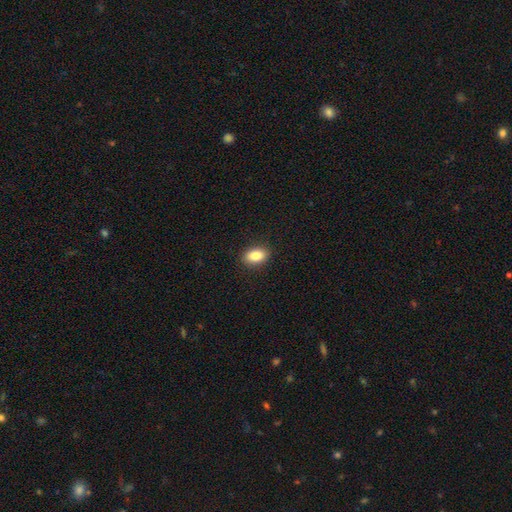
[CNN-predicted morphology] smooth_or_featured: smooth (p=0.85) [alt: star or artifact p=0.08]
how_rounded: in between (p=0.88) [alt: round p=0.09]
merging: none (p=0.89) [alt: minor disturbance p=0.08]